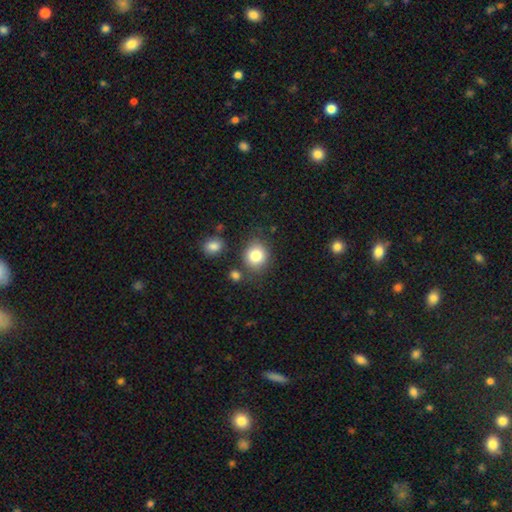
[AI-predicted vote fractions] Smooth or featured? smooth (82%)
How rounded? round (78%)
Merging? none (78%)